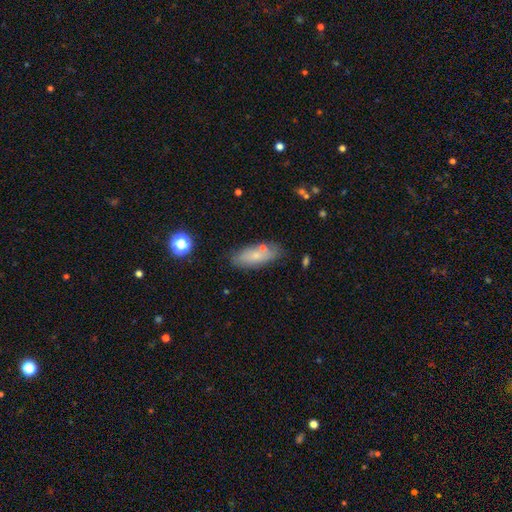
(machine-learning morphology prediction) Overall: smooth (70%). How rounded: in between (73%). Merging: none (74%).